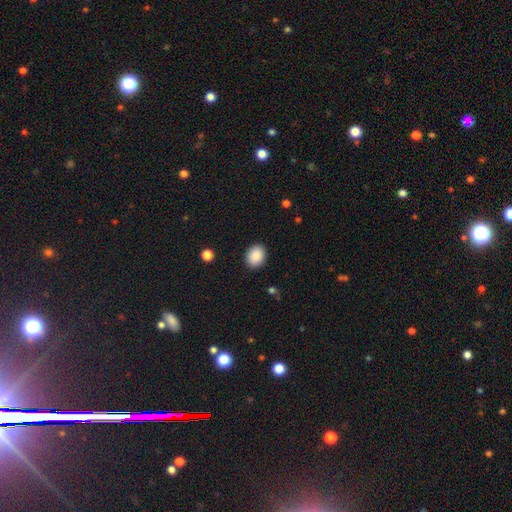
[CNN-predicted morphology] smooth 89%, star or artifact 8%, featured or disk 3%. Down the decision tree: how rounded — in between (60%); merging — none (89%).